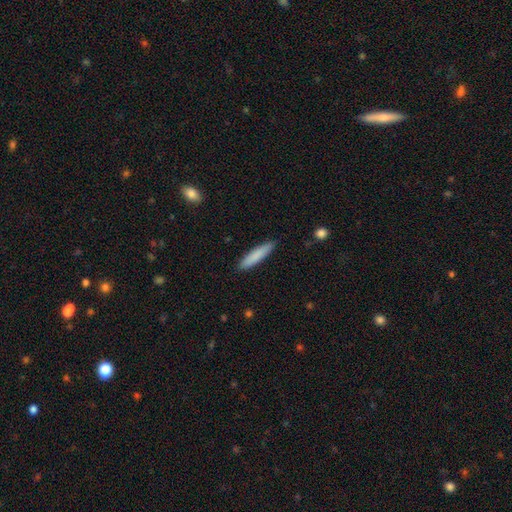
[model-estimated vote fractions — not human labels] smooth 84%, featured or disk 11%, star or artifact 6%. Down the decision tree: how rounded — cigar-shaped (87%); merging — none (89%).